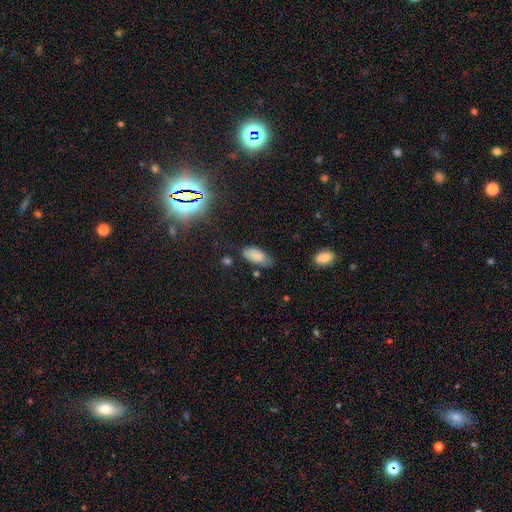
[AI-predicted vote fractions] Smooth or featured: smooth — 83% (star or artifact — 9%)
How rounded: in between — 89% (cigar-shaped — 8%)
Merging: none — 61% (minor disturbance — 29%)